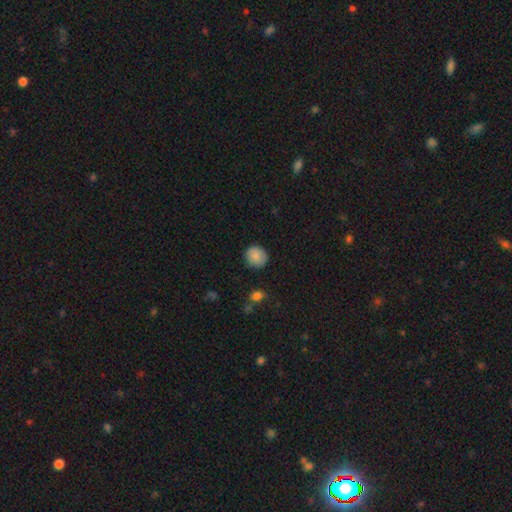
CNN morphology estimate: Smooth or featured: smooth — 86% (star or artifact — 7%)
How rounded: round — 89% (in between — 10%)
Merging: none — 85% (minor disturbance — 11%)